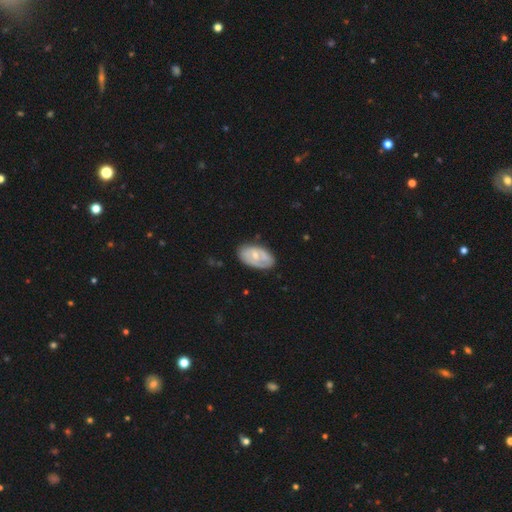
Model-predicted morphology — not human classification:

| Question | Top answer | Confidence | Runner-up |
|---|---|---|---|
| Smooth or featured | featured or disk | 56% | smooth (38%) |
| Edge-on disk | no | 94% | yes (6%) |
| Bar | no | 64% | weak (29%) |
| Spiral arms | yes | 52% | no (48%) |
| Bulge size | moderate | 49% | small (46%) |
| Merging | none | 70% | minor disturbance (23%) |